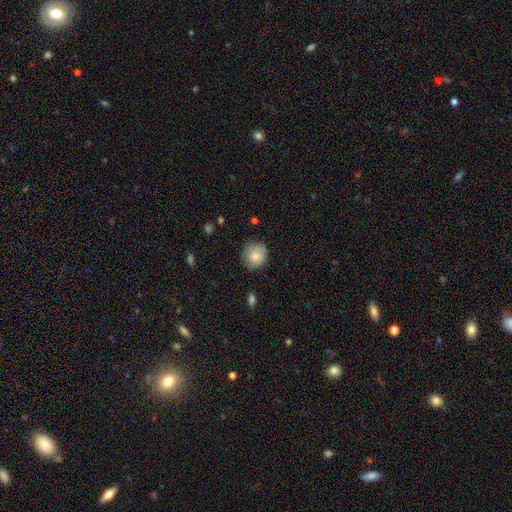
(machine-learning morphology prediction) Smooth or featured? smooth (82%)
How rounded? round (83%)
Merging? none (79%)